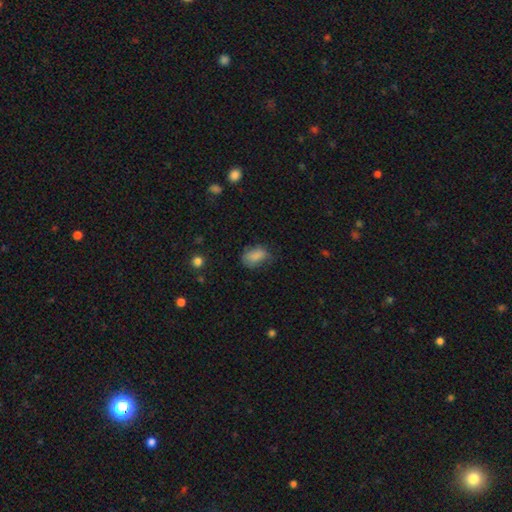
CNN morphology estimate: Smooth or featured?
  - smooth: 80% *
  - featured or disk: 10%
  - star or artifact: 10%
How rounded?
  - in between: 85% *
  - round: 12%
  - cigar-shaped: 2%
Merging?
  - none: 52% *
  - minor disturbance: 32%
  - major disturbance: 14%
  - merger: 2%